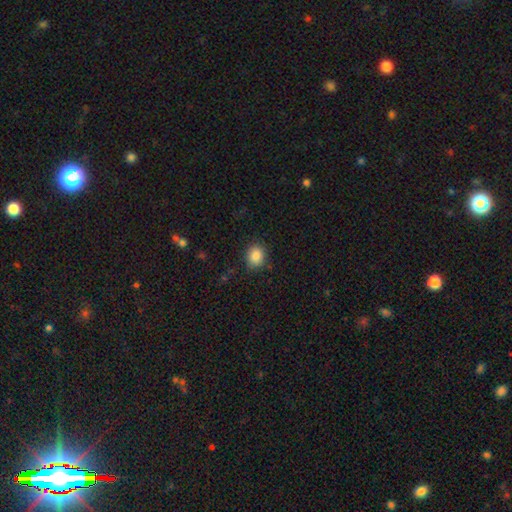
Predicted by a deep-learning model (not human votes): The model was most divided on "how rounded": round: 62%, in between: 37%, cigar-shaped: 1%. More confident: smooth or featured — smooth (87%); merging — none (84%).